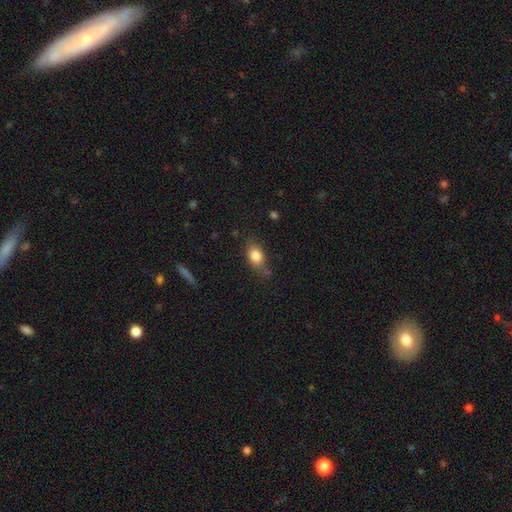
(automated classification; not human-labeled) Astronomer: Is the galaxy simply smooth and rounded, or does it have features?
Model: smooth — 81%.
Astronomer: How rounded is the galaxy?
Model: in between — 77%.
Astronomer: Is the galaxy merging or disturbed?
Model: none — 69%.